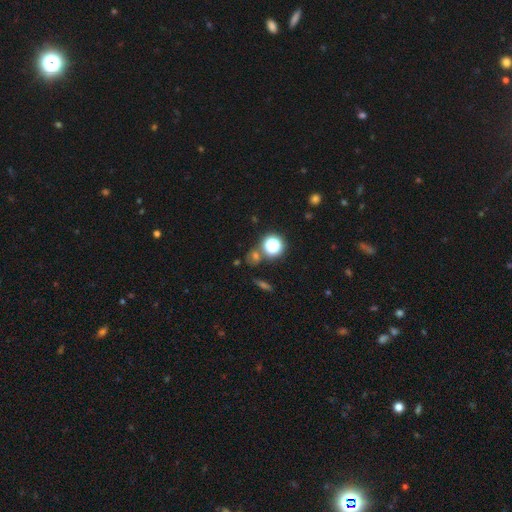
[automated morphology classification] star or artifact 46%, smooth 43%, featured or disk 11%.